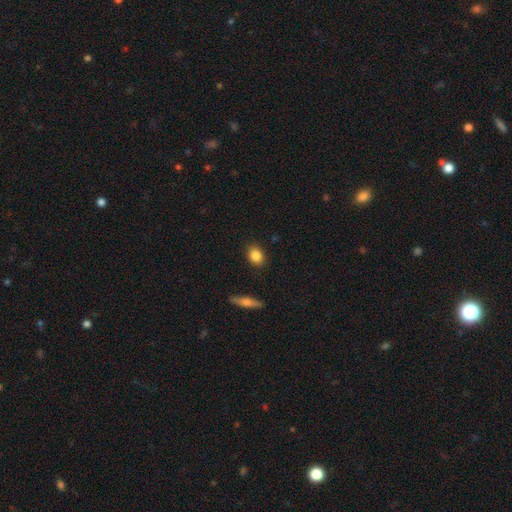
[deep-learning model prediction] Q: Smooth or featured?
A: smooth (85%); runner-up: star or artifact (8%)
Q: How rounded?
A: in between (62%); runner-up: round (35%)
Q: Merging?
A: none (89%); runner-up: minor disturbance (8%)